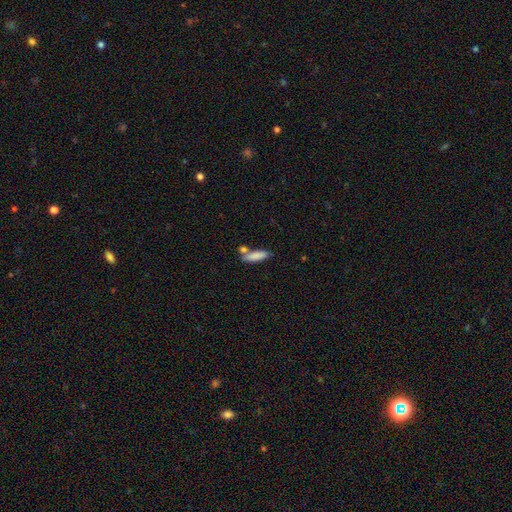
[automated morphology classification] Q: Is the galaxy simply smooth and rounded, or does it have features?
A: smooth — 84%.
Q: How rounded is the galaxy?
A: cigar-shaped — 62%.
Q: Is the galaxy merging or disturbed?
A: none — 65%.